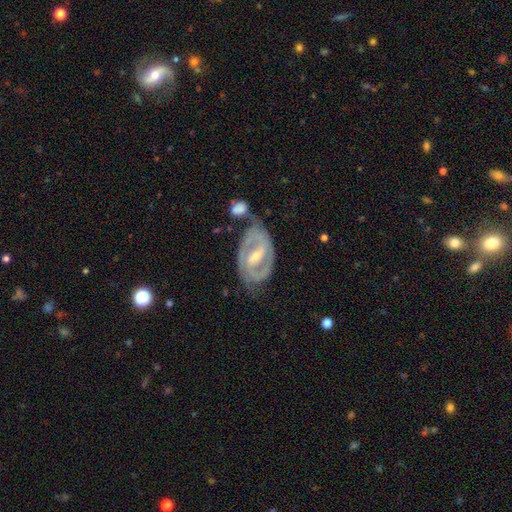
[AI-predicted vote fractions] featured or disk 88%, smooth 8%, star or artifact 5%. Down the decision tree: edge-on disk — no (96%); bar — strong (51%); spiral arms — yes (94%); spiral arm count — 2 (83%); spiral winding — tight (54%); bulge size — small (56%); merging — none (58%).